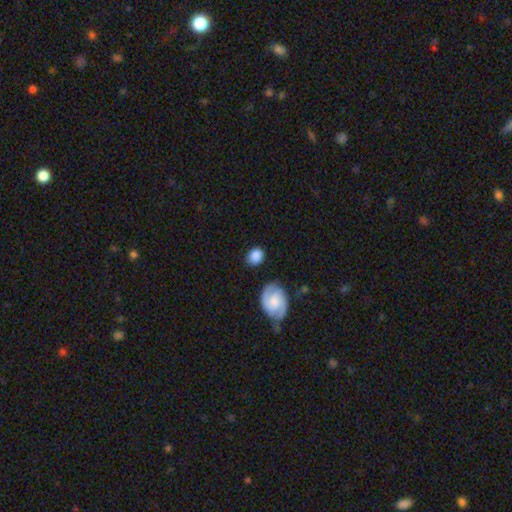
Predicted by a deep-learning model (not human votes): Morphology: type=smooth (80%); roundness=round (58%); merging=none (77%).